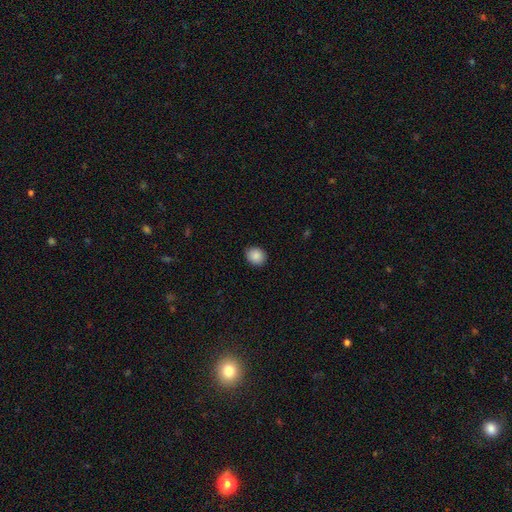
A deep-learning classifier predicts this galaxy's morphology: A smooth galaxy with no disk features (88%) that is round (69%). Merging: none (88%).